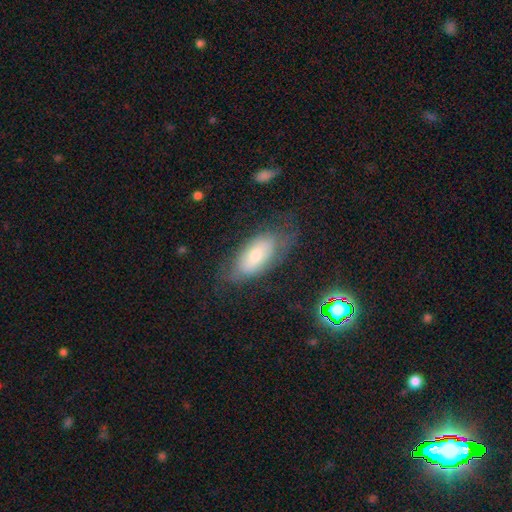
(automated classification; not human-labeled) Q: Smooth or featured?
A: smooth (61%); runner-up: featured or disk (31%)
Q: How rounded?
A: in between (89%); runner-up: cigar-shaped (8%)
Q: Merging?
A: none (58%); runner-up: minor disturbance (24%)